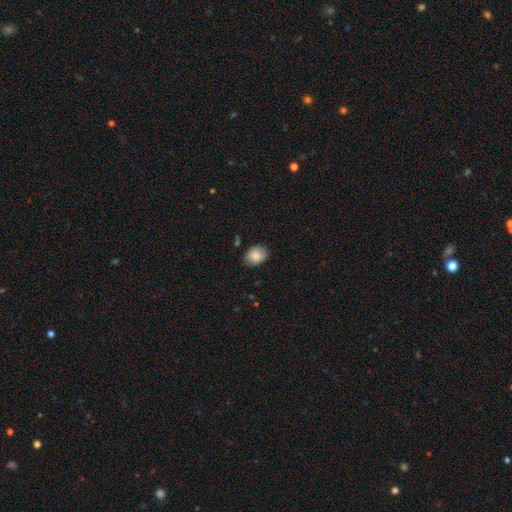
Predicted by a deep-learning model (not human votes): smooth-or-featured: smooth: 81% | featured or disk: 12% | star or artifact: 7%
  how-rounded: in between: 68% | round: 31% | cigar-shaped: 1%
  merging: none: 81% | minor disturbance: 15% | major disturbance: 2% | merger: 2%